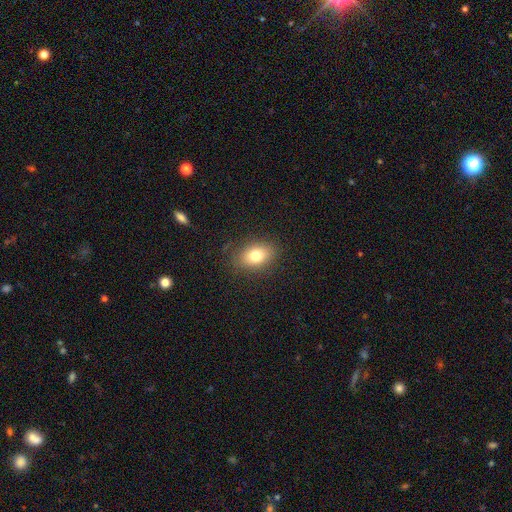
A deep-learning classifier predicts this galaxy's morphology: Overall: smooth (78%). How rounded: in between (80%). Merging: none (85%).